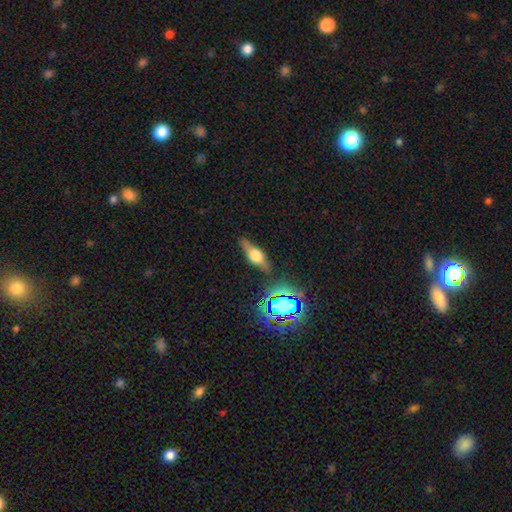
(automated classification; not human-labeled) A featured or disk galaxy (60%) viewed edge-on (91%) with a rounded central bulge (90%). Merging: none (80%).